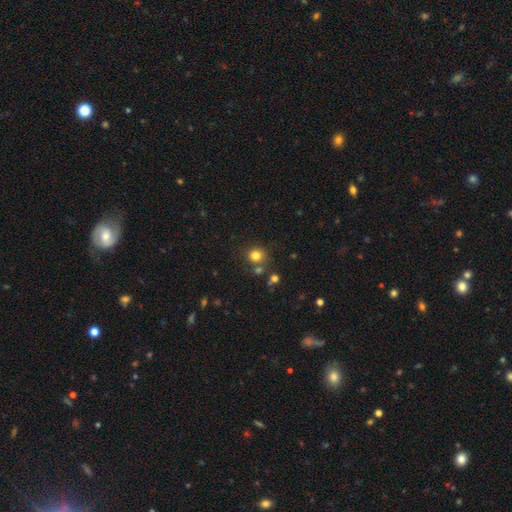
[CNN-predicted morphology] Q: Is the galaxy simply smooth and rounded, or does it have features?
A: smooth — 79%.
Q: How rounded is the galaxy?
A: round — 87%.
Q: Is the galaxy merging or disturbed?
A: none — 76%.